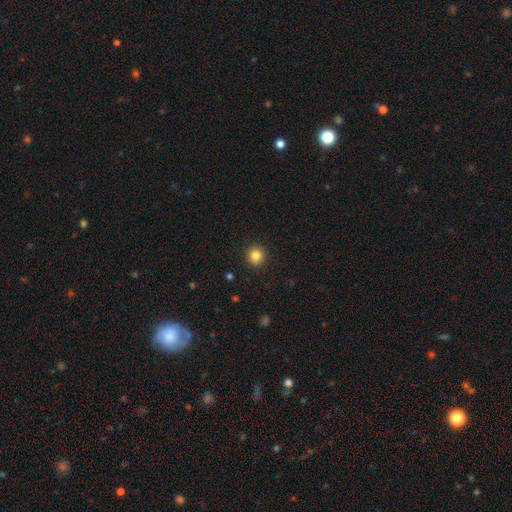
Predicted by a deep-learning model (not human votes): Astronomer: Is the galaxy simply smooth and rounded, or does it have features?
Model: smooth — 84%.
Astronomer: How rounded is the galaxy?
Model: round — 92%.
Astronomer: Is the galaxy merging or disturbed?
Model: none — 92%.